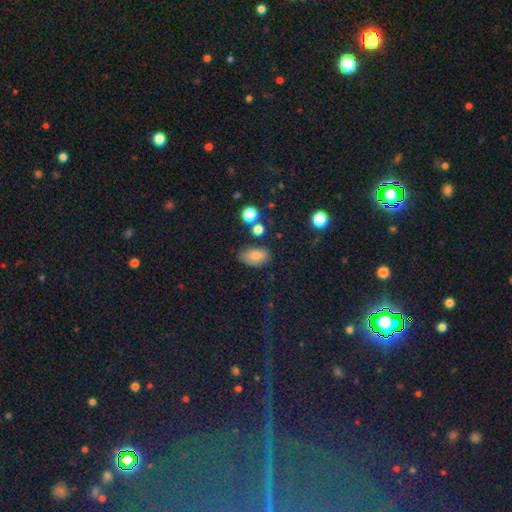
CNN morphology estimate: Smooth or featured? Predicted: smooth (p=0.80). How rounded? Predicted: in between (p=0.88). Merging? Predicted: none (p=0.66).